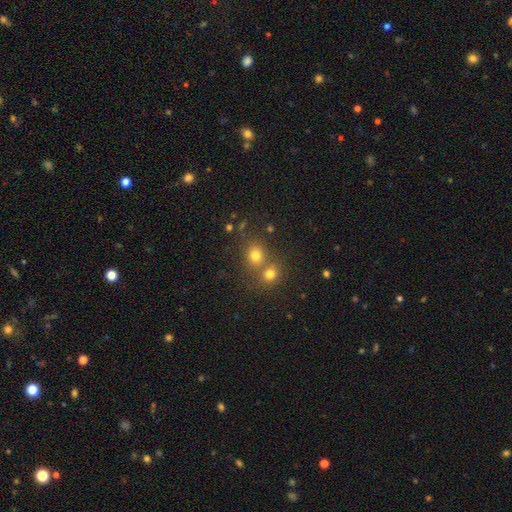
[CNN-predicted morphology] Q: Smooth or featured?
A: smooth (70%); runner-up: star or artifact (21%)
Q: How rounded?
A: round (80%); runner-up: in between (19%)
Q: Merging?
A: none (52%); runner-up: merger (39%)